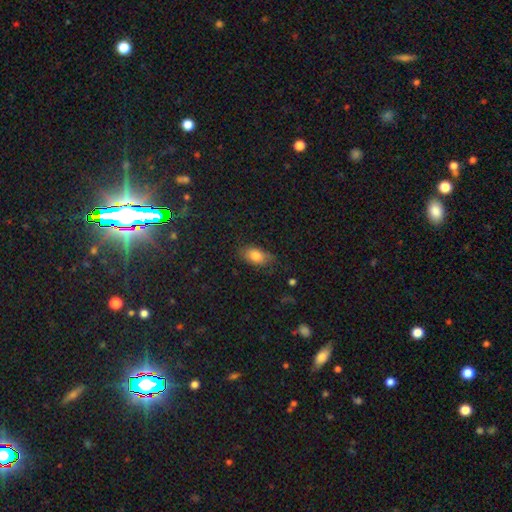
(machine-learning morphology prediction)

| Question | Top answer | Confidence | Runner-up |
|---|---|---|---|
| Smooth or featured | smooth | 81% | featured or disk (11%) |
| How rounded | in between | 89% | round (7%) |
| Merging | none | 78% | minor disturbance (17%) |